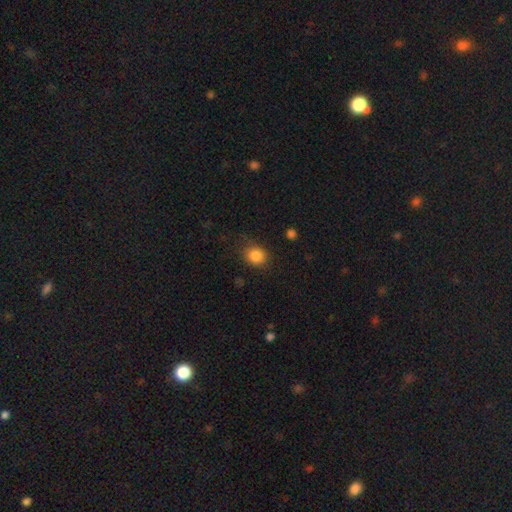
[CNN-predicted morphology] Q: Smooth or featured?
A: smooth (86%); runner-up: star or artifact (10%)
Q: How rounded?
A: round (65%); runner-up: in between (34%)
Q: Merging?
A: none (78%); runner-up: minor disturbance (16%)